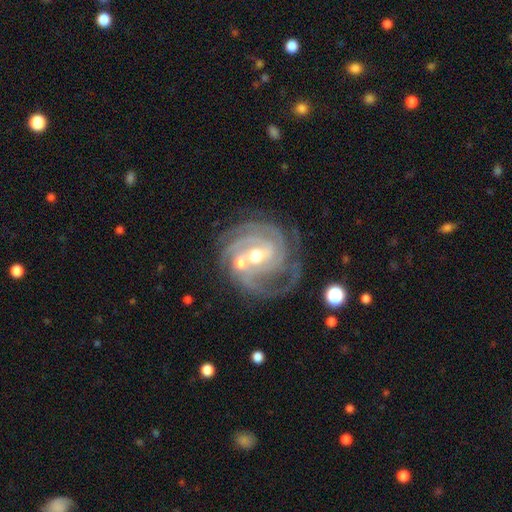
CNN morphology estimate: type=featured or disk (89%); edge-on=no (98%); bar=weak (44%); spiral arms=yes (98%); winding=tight (69%); arm count=3 (40%); bulge=moderate (64%); merging=none (59%).